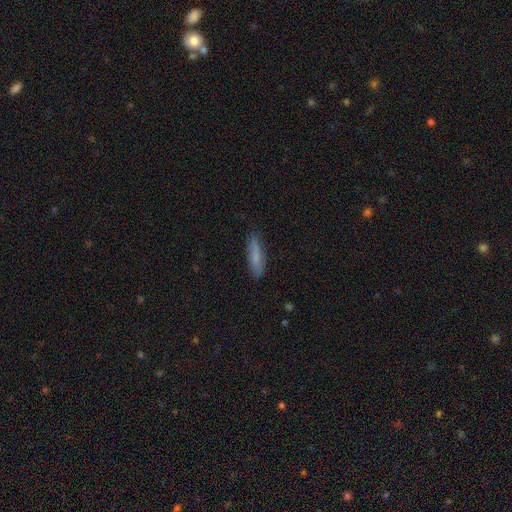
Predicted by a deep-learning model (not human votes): Morphology: type=smooth (75%); roundness=cigar-shaped (68%); merging=none (81%).